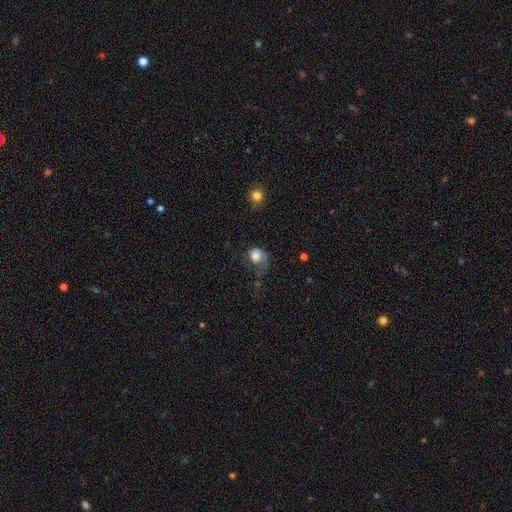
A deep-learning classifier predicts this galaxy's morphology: smooth_or_featured: smooth (p=0.68) [alt: featured or disk p=0.23]
how_rounded: round (p=0.58) [alt: in between p=0.41]
merging: major disturbance (p=0.50) [alt: none p=0.25]